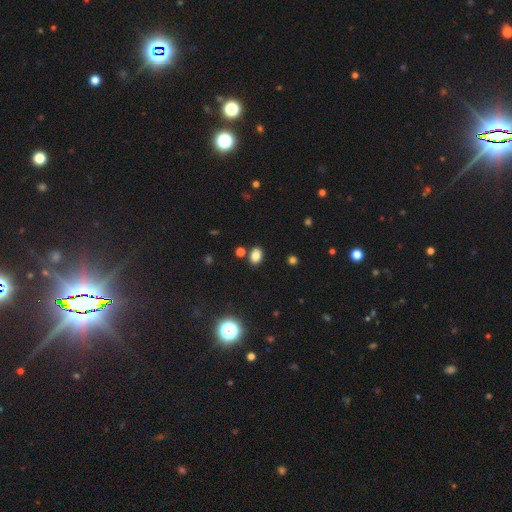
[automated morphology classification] Q: Smooth or featured?
A: smooth (81%); runner-up: star or artifact (13%)
Q: How rounded?
A: in between (76%); runner-up: round (23%)
Q: Merging?
A: none (82%); runner-up: minor disturbance (9%)